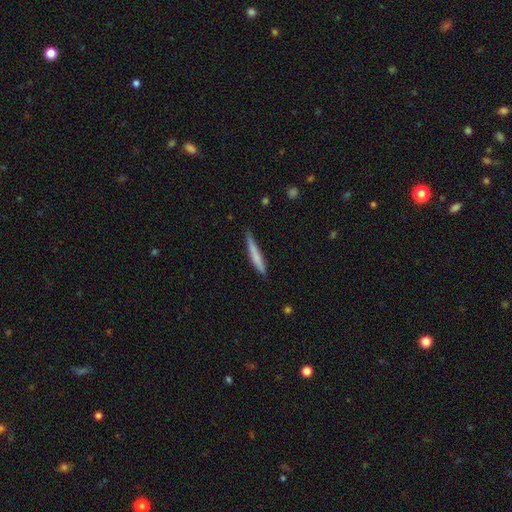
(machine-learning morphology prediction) type=smooth (72%); roundness=cigar-shaped (95%); merging=none (83%).